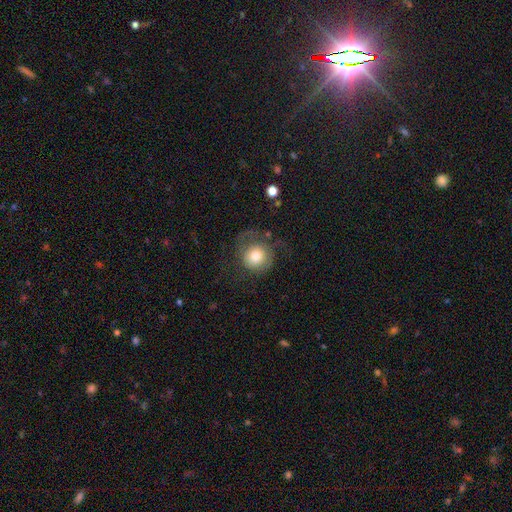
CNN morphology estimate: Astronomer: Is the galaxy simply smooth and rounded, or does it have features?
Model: smooth — 67%.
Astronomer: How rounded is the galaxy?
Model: round — 91%.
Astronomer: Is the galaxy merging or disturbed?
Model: none — 51% (runner-up: major disturbance, 28%).